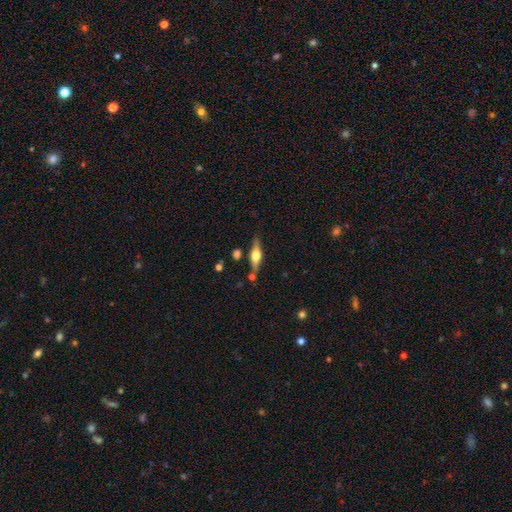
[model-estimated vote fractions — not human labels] Smooth or featured: featured or disk — 71% (smooth — 23%)
Edge-on disk: yes — 96% (no — 4%)
Edge-on bulge: rounded — 92% (boxy — 6%)
Merging: none — 79% (minor disturbance — 12%)